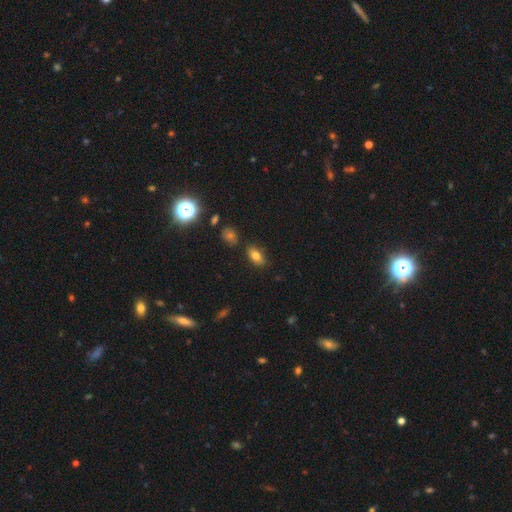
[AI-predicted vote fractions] Q: Smooth or featured?
A: smooth (77%); runner-up: star or artifact (11%)
Q: How rounded?
A: in between (87%); runner-up: round (7%)
Q: Merging?
A: none (80%); runner-up: minor disturbance (13%)